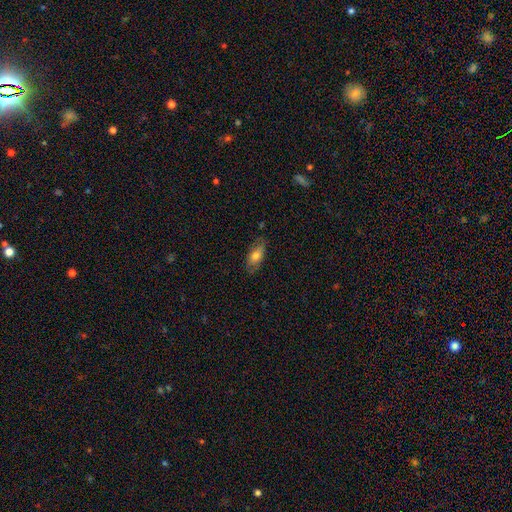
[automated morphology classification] A smooth galaxy with no disk features (67%) that is in between round and cigar-shaped (82%).

Vote fractions:
- Smooth or featured? smooth: 67% / featured or disk: 26% / star or artifact: 7%
- How rounded? in between: 82% / cigar-shaped: 15% / round: 3%
- Merging? none: 75% / minor disturbance: 19% / major disturbance: 4% / merger: 1%